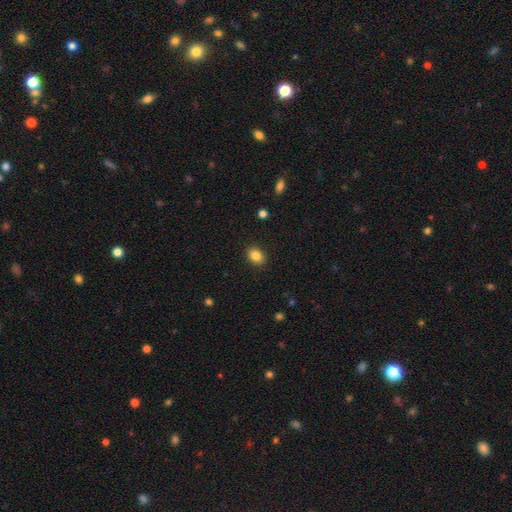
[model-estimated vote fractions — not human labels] Q: Smooth or featured?
A: smooth (85%); runner-up: star or artifact (9%)
Q: How rounded?
A: in between (65%); runner-up: round (34%)
Q: Merging?
A: none (89%); runner-up: minor disturbance (8%)